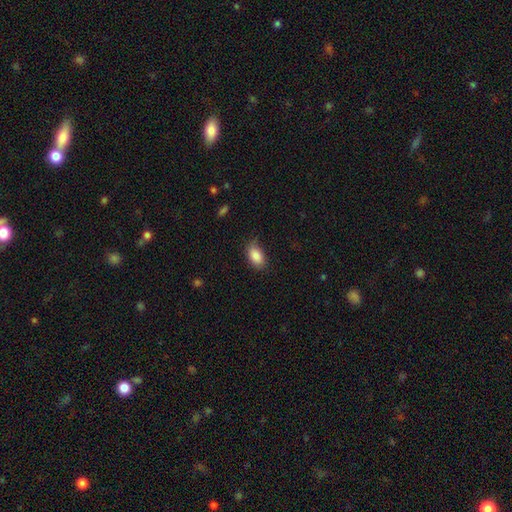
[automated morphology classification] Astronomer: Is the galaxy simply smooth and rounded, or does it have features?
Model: smooth — 86%.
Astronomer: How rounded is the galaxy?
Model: in between — 92%.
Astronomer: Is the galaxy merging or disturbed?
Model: none — 75%.